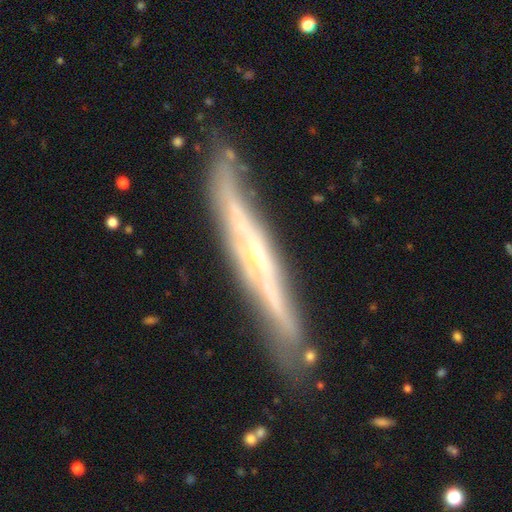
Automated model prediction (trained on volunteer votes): Smooth or featured?
  - featured or disk: 80% *
  - smooth: 14%
  - star or artifact: 6%
Edge-on disk?
  - yes: 84% *
  - no: 16%
Edge-on bulge?
  - rounded: 60% *
  - none: 35%
  - boxy: 5%
Merging?
  - none: 76% *
  - minor disturbance: 17%
  - major disturbance: 4%
  - merger: 2%